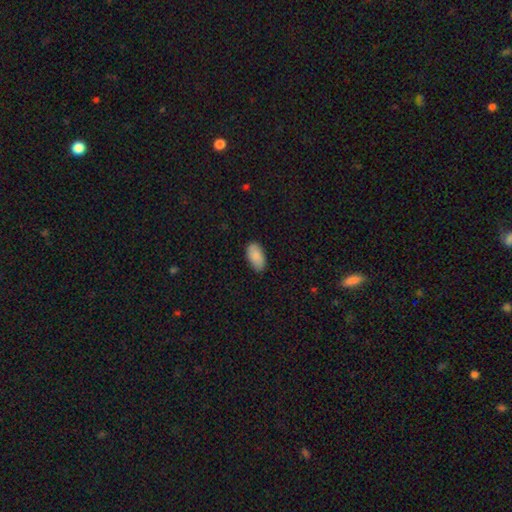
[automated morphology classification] smooth-or-featured: smooth: 89% | star or artifact: 6% | featured or disk: 5%
  how-rounded: in between: 95% | cigar-shaped: 3% | round: 2%
  merging: none: 85% | minor disturbance: 12% | major disturbance: 2% | merger: 1%